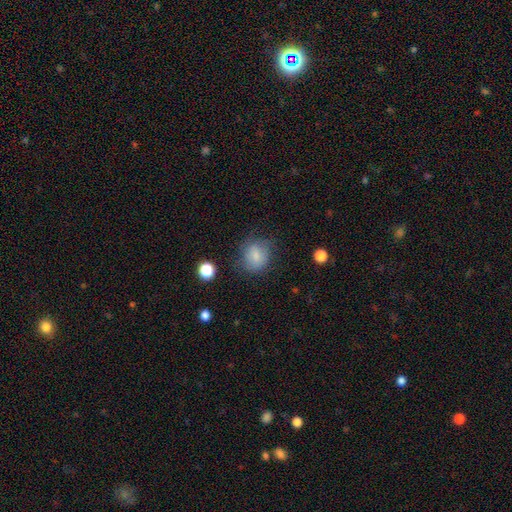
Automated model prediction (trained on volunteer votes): Smooth or featured? Predicted: smooth (p=0.77). How rounded? Predicted: round (p=0.66). Merging? Predicted: none (p=0.64).